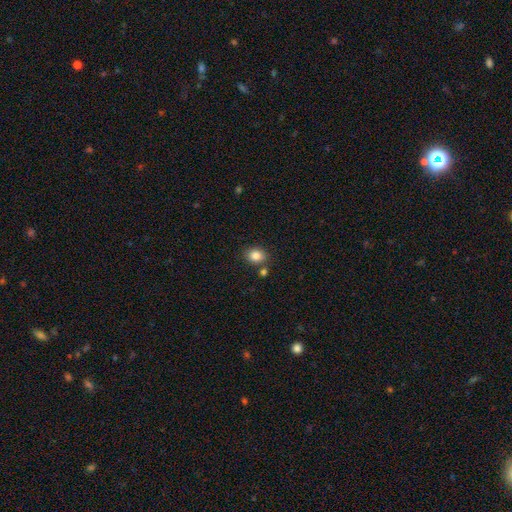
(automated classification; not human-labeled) Morphology: type=smooth (84%); roundness=in between (52%); merging=none (78%).